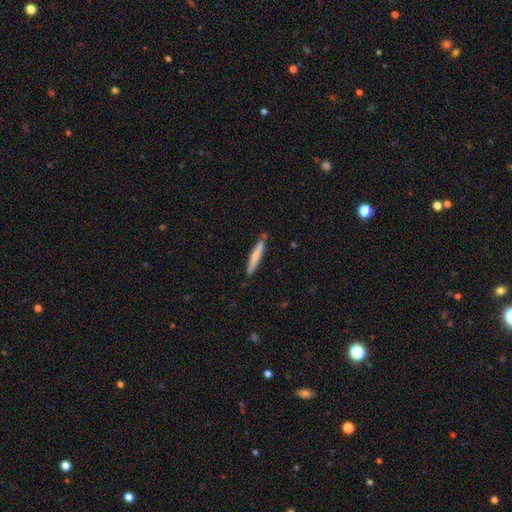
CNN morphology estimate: Q: Smooth or featured?
A: smooth (69%); runner-up: featured or disk (26%)
Q: How rounded?
A: cigar-shaped (94%); runner-up: in between (5%)
Q: Merging?
A: none (81%); runner-up: minor disturbance (13%)